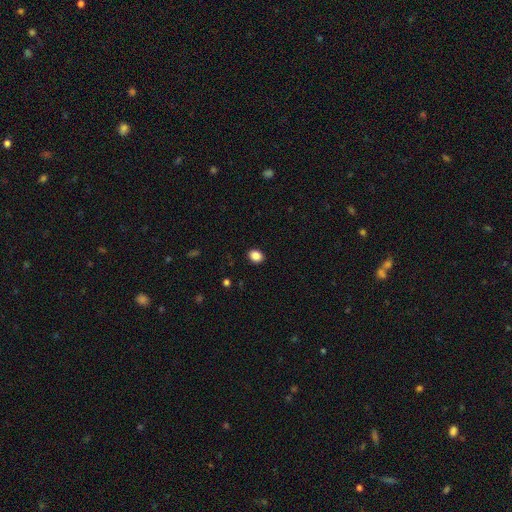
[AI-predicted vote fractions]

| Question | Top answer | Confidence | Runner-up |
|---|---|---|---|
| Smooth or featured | smooth | 87% | star or artifact (9%) |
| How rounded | in between | 51% | round (48%) |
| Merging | none | 91% | minor disturbance (6%) |